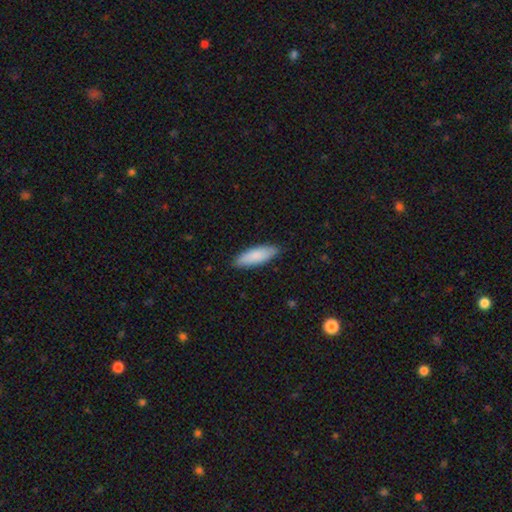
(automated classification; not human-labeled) Smooth or featured? smooth (86%)
How rounded? in between (59%)
Merging? none (87%)